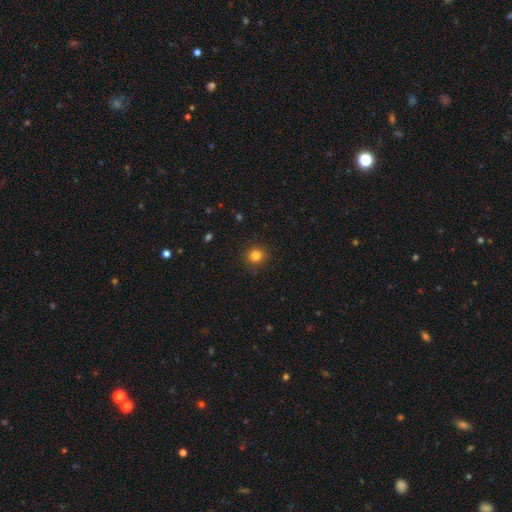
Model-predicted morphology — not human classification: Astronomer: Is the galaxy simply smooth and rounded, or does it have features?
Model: smooth — 82%.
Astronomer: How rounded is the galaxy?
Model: round — 91%.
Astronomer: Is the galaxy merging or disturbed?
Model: none — 91%.